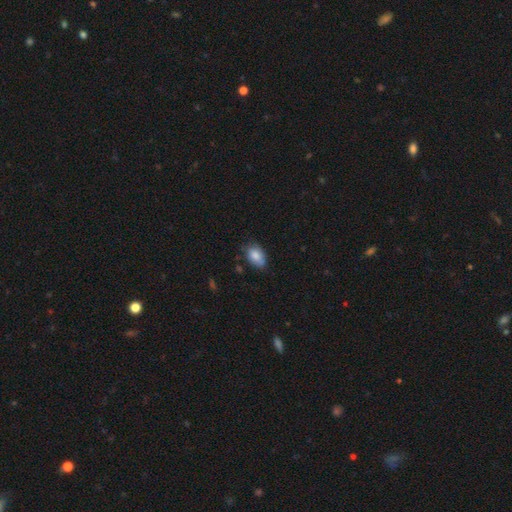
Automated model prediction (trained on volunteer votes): smooth-or-featured: smooth: 81% | featured or disk: 11% | star or artifact: 8%
  how-rounded: in between: 86% | round: 13% | cigar-shaped: 1%
  merging: none: 62% | minor disturbance: 29% | major disturbance: 6% | merger: 3%